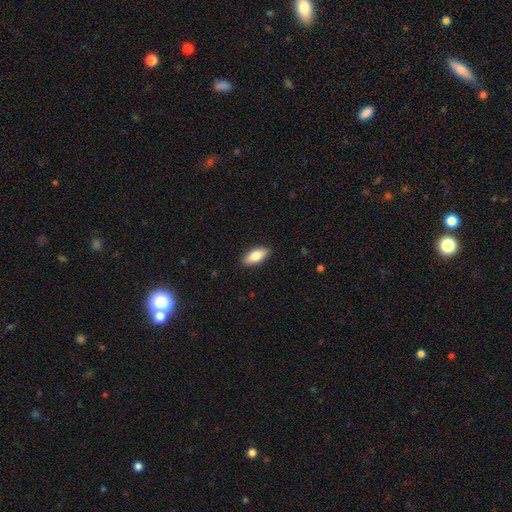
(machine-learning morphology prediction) A smooth galaxy with no disk features (82%) that is in between round and cigar-shaped (87%).

Vote fractions:
- Smooth or featured? smooth: 82% / featured or disk: 11% / star or artifact: 6%
- How rounded? in between: 87% / cigar-shaped: 10% / round: 2%
- Merging? none: 90% / minor disturbance: 8% / major disturbance: 2% / merger: 1%